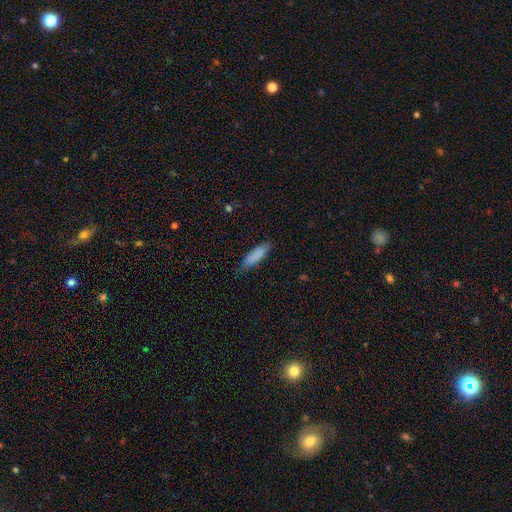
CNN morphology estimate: smooth_or_featured: smooth (p=0.85) [alt: featured or disk p=0.09]
how_rounded: cigar-shaped (p=0.63) [alt: in between p=0.36]
merging: none (p=0.77) [alt: minor disturbance p=0.19]